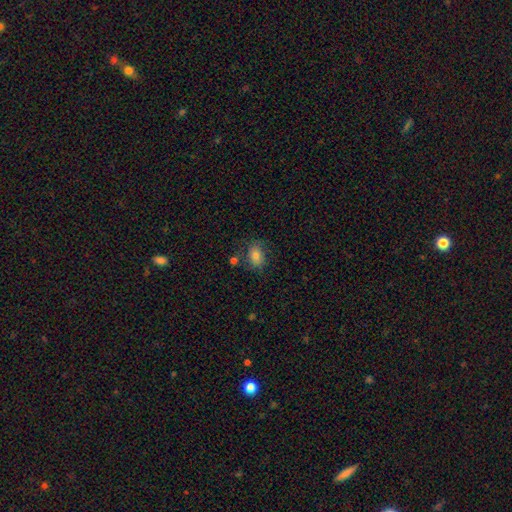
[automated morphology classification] smooth-or-featured: smooth: 78% | featured or disk: 12% | star or artifact: 10%
  how-rounded: in between: 68% | round: 31% | cigar-shaped: 1%
  merging: none: 67% | minor disturbance: 19% | major disturbance: 7% | merger: 7%